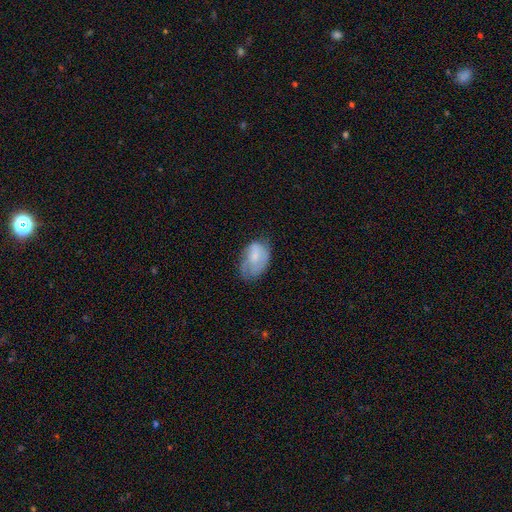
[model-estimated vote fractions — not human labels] This appears to be a smooth galaxy with no disk features (62%) that is in between round and cigar-shaped (87%). Merging: none (43%).